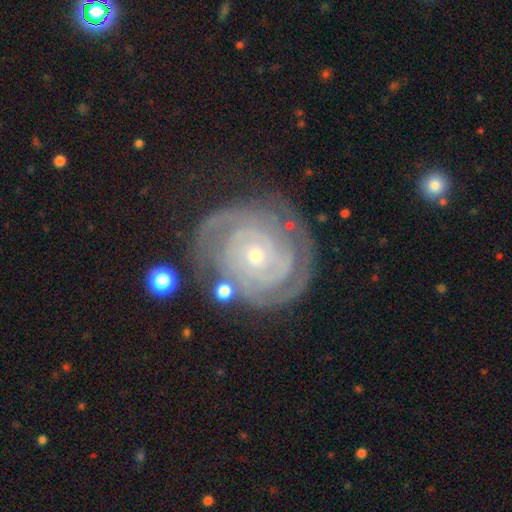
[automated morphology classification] This is clearly a featured or disk galaxy (89%). It is clearly not viewed edge-on (97%). Bar: likely no (78%). Spiral arm pattern: clearly yes (97%). Spiral arm count: marginally 2 (43%). Spiral winding: clearly tight (85%). Central bulge: likely small (75%). Merging: likely none (75%).